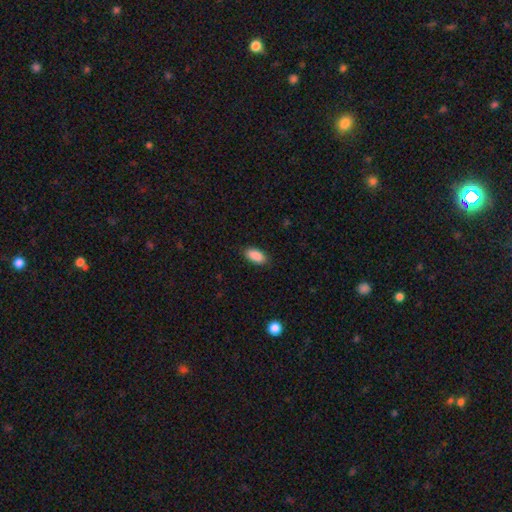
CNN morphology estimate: A smooth galaxy with no disk features (90%) that is in between round and cigar-shaped (91%). Merging: none (87%).